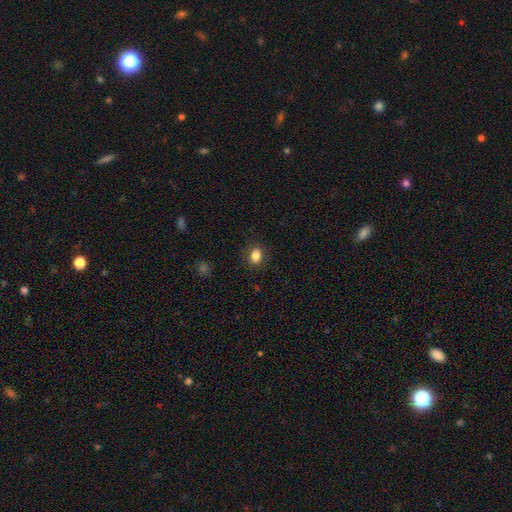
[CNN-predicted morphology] Smooth or featured? Predicted: smooth (p=0.85). How rounded? Predicted: in between (p=0.68). Merging? Predicted: none (p=0.86).